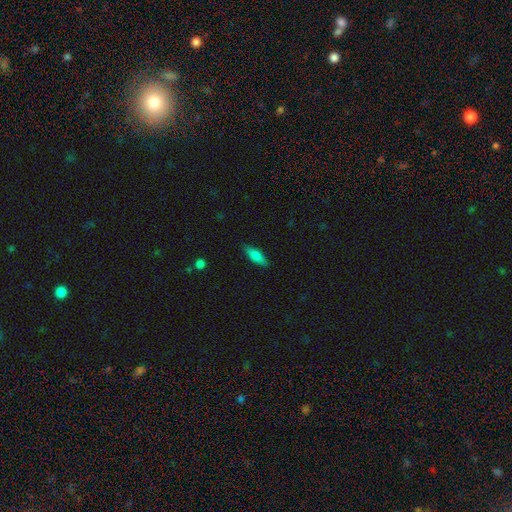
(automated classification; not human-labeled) Overall: smooth (77%). How rounded: in between (59%; cigar-shaped 38%). Merging: none (85%).